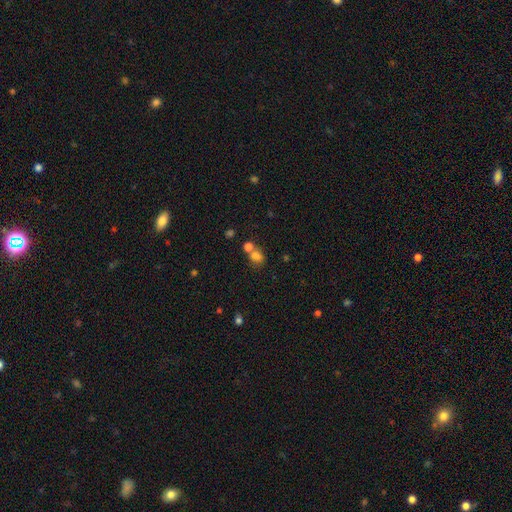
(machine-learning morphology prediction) smooth 73%, star or artifact 16%, featured or disk 11%. Down the decision tree: how rounded — in between (54%); merging — merger (43%).